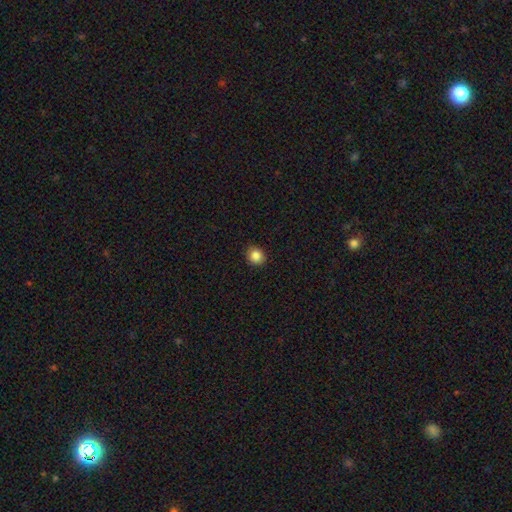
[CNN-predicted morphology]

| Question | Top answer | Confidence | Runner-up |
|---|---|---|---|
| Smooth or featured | smooth | 86% | star or artifact (10%) |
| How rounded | round | 83% | in between (16%) |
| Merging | none | 90% | minor disturbance (7%) |